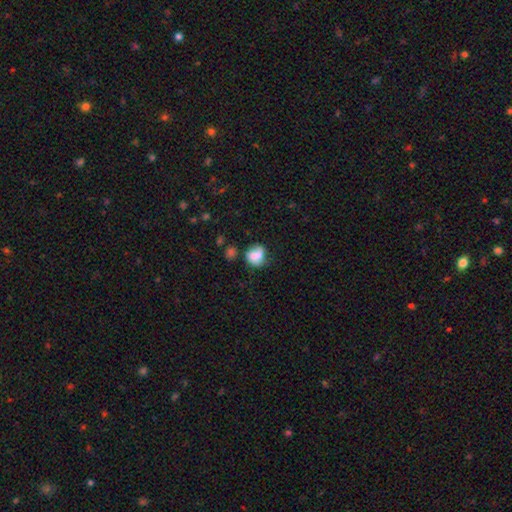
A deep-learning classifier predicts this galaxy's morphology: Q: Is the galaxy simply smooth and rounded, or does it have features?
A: smooth — 72%.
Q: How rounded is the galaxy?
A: round — 61%.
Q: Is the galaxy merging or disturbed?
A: none — 38%.